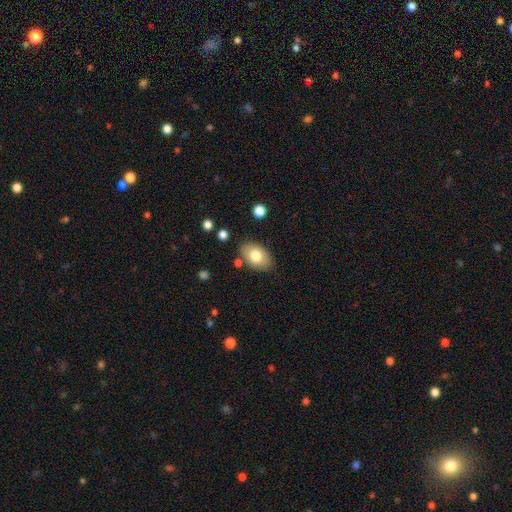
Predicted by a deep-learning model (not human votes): Smooth or featured: smooth — 76% (featured or disk — 16%)
How rounded: in between — 86% (round — 13%)
Merging: none — 81% (minor disturbance — 13%)